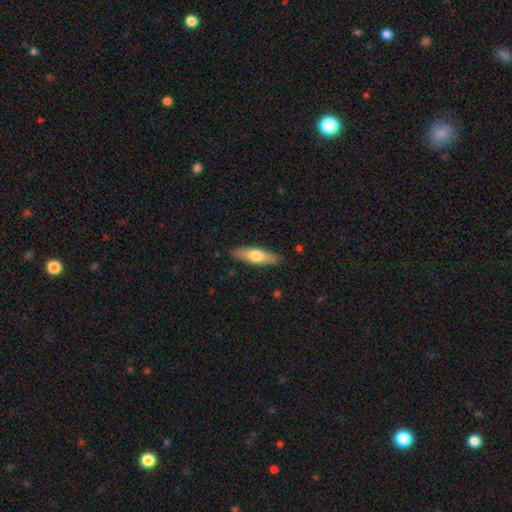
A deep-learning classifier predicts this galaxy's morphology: type=smooth (62%); roundness=cigar-shaped (54%); merging=none (88%).